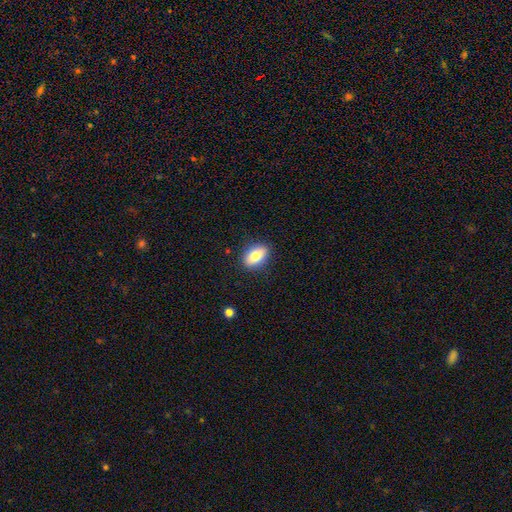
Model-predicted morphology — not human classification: This appears to be a smooth galaxy with no disk features (78%) that is in between round and cigar-shaped (84%). Merging: none (87%).